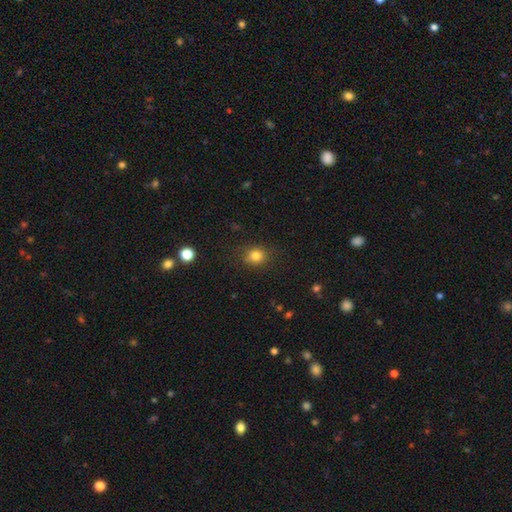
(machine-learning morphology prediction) A smooth galaxy with no disk features (82%) that is round (75%). Merging: none (84%).